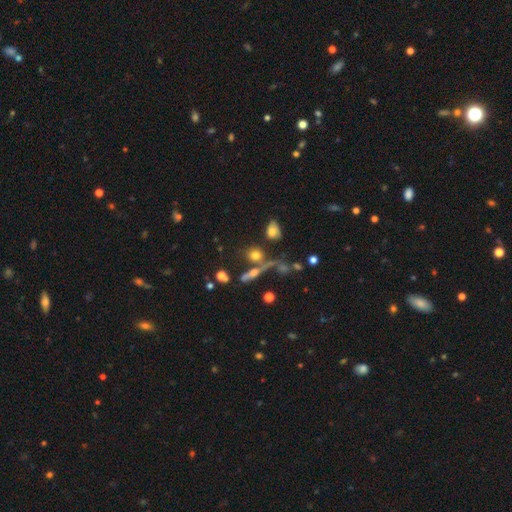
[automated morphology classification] This appears to be a smooth galaxy with no disk features (59%) that is round (60%). Merging: none (55%).